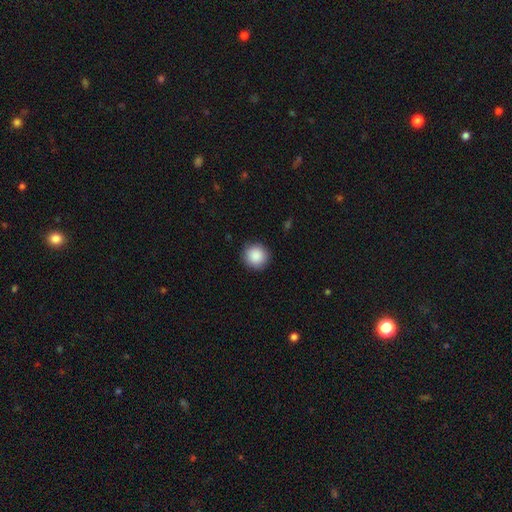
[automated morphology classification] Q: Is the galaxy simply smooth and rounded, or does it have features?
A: smooth — 89%.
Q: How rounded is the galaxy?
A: round — 94%.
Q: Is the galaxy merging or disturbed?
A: none — 90%.